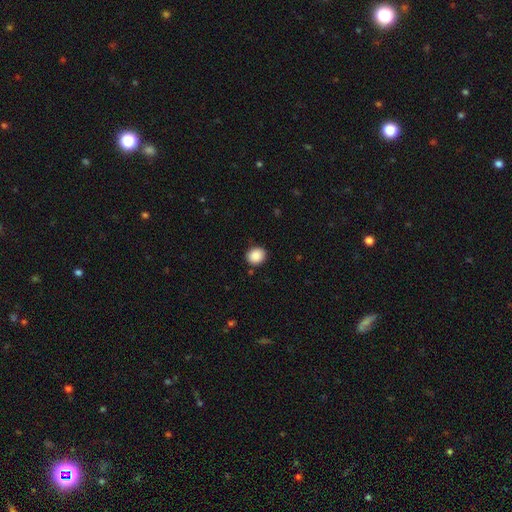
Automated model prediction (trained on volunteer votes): smooth_or_featured: smooth (p=0.89) [alt: star or artifact p=0.08]
how_rounded: round (p=0.74) [alt: in between p=0.25]
merging: none (p=0.88) [alt: minor disturbance p=0.08]